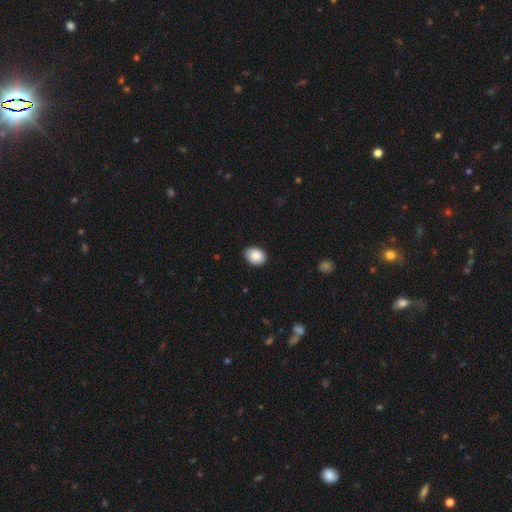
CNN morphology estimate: Smooth or featured? Predicted: smooth (p=0.88). How rounded? Predicted: in between (p=0.68). Merging? Predicted: none (p=0.85).